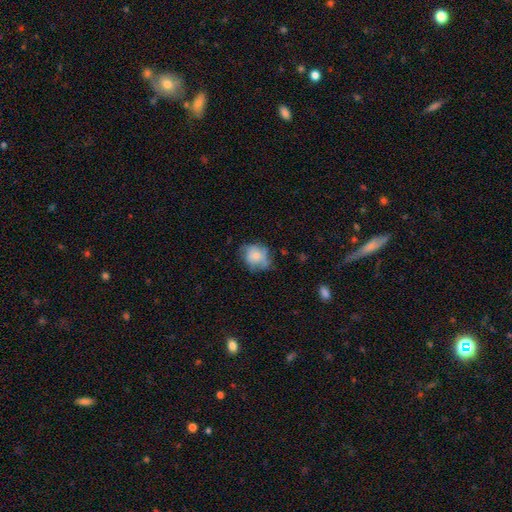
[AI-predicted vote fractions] Smooth or featured? smooth (65%)
How rounded? round (62%)
Merging? none (53%)